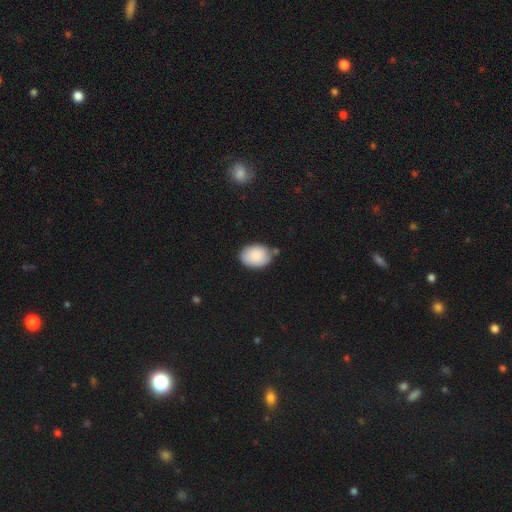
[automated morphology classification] smooth 88%, star or artifact 6%, featured or disk 6%. Down the decision tree: how rounded — in between (73%); merging — none (68%).